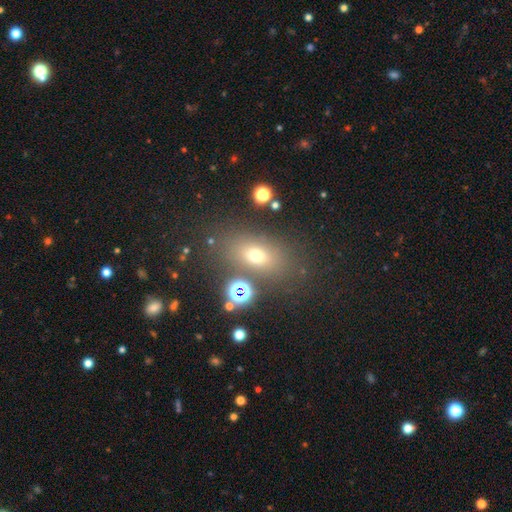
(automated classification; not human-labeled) This appears to be a smooth galaxy with no disk features (65%) that is in between round and cigar-shaped (74%). Merging: none (75%).